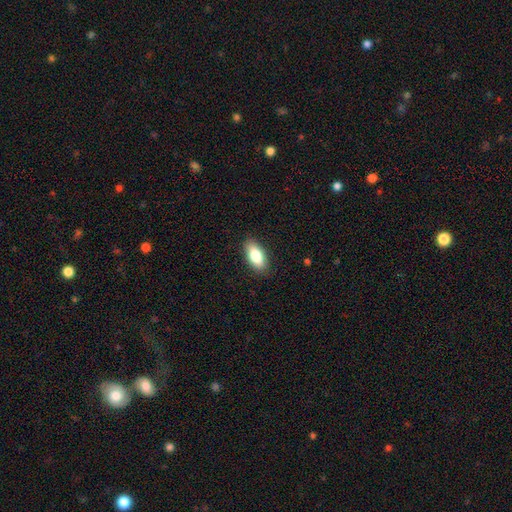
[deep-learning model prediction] Overall: smooth (81%). How rounded: in between (87%). Merging: none (87%).